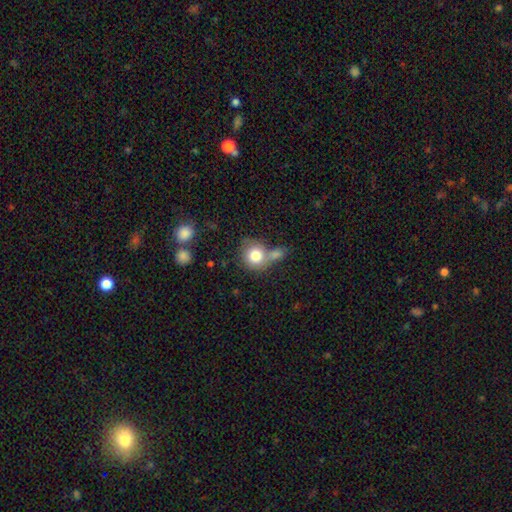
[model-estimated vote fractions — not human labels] A smooth galaxy with no disk features (80%) that is round (85%).

Vote fractions:
- Smooth or featured? smooth: 80% / featured or disk: 12% / star or artifact: 8%
- How rounded? round: 85% / in between: 14% / cigar-shaped: 1%
- Merging? none: 41% / merger: 40% / minor disturbance: 12% / major disturbance: 6%